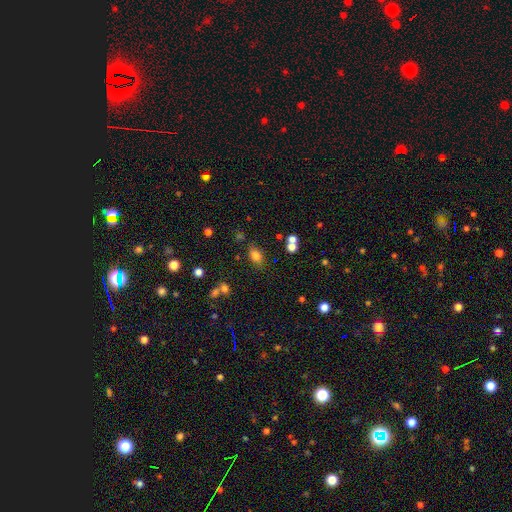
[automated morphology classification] Overall: smooth (78%). How rounded: in between (83%). Merging: none (75%).